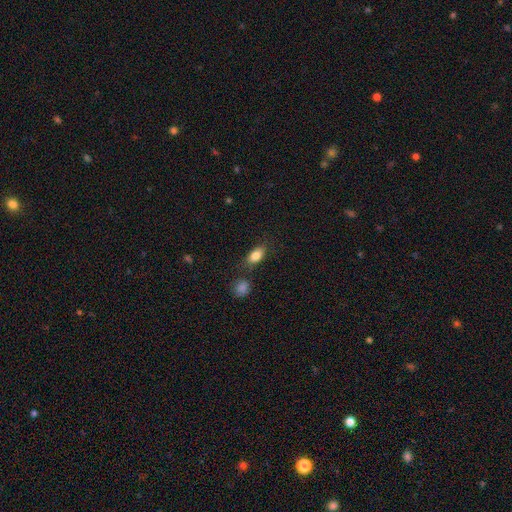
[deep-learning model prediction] Q: Smooth or featured?
A: smooth (83%); runner-up: featured or disk (9%)
Q: How rounded?
A: in between (85%); runner-up: cigar-shaped (8%)
Q: Merging?
A: none (75%); runner-up: minor disturbance (14%)